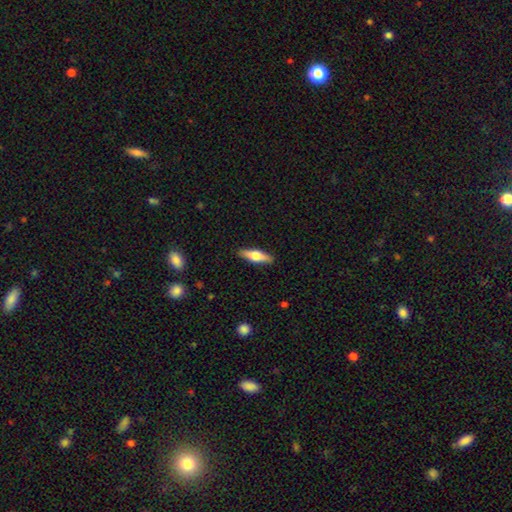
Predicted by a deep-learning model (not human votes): Q: Smooth or featured?
A: smooth (51%); runner-up: featured or disk (43%)
Q: How rounded?
A: cigar-shaped (56%); runner-up: in between (42%)
Q: Merging?
A: none (90%); runner-up: minor disturbance (8%)